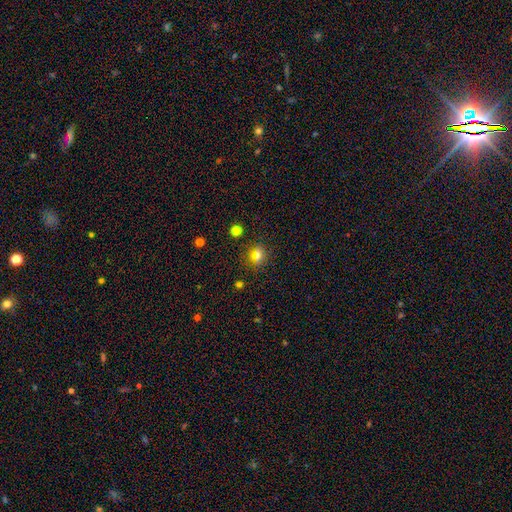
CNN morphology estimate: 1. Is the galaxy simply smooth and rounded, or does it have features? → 72% smooth, 17% star or artifact, 11% featured or disk.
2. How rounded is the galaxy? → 74% round, 25% in between, 2% cigar-shaped.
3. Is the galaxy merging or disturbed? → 86% none, 9% minor disturbance, 3% merger, 3% major disturbance.